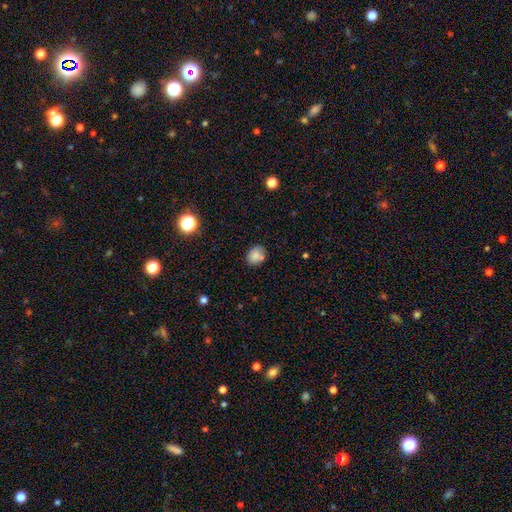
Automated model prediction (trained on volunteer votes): Smooth or featured: smooth — 82% (star or artifact — 10%)
How rounded: round — 52% (in between — 47%)
Merging: none — 72% (minor disturbance — 17%)